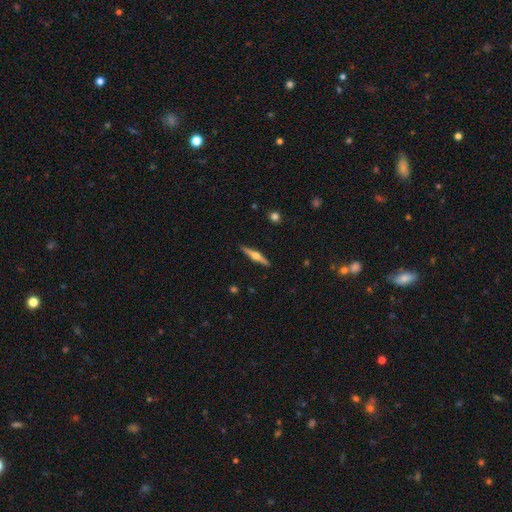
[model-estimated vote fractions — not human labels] Morphology: type=featured or disk (70%); edge-on=yes (98%); edge-on bulge=rounded (93%); merging=none (91%).